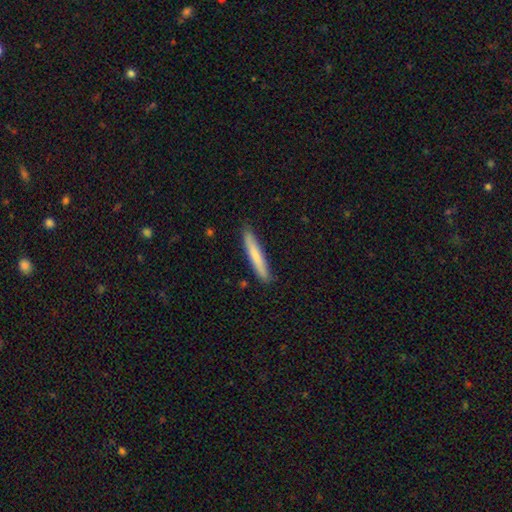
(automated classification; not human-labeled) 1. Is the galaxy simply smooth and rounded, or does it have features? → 73% smooth, 22% featured or disk, 5% star or artifact.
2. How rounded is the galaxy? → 94% cigar-shaped, 5% in between, 1% round.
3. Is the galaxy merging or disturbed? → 88% none, 9% minor disturbance, 2% major disturbance, 1% merger.